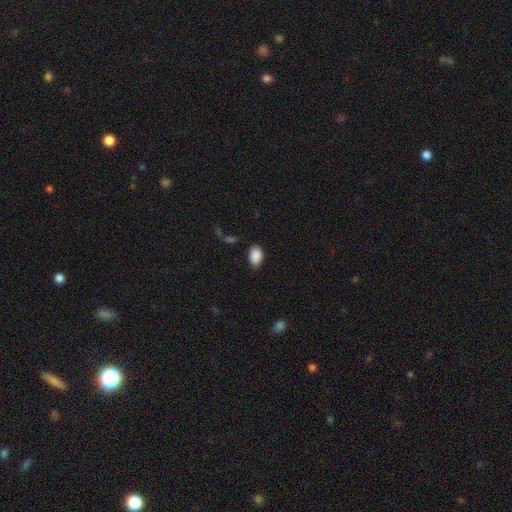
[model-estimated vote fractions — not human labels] The model was most divided on "merging": none: 80%, minor disturbance: 15%, major disturbance: 4%, merger: 2%. More confident: smooth or featured — smooth (89%); how rounded — in between (88%).